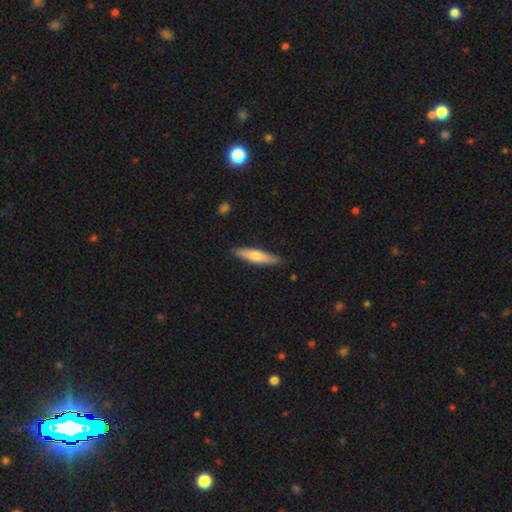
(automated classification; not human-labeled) The model was most divided on "smooth or featured": smooth: 64%, featured or disk: 30%, star or artifact: 5%. More confident: merging — none (87%); how rounded — cigar-shaped (82%).